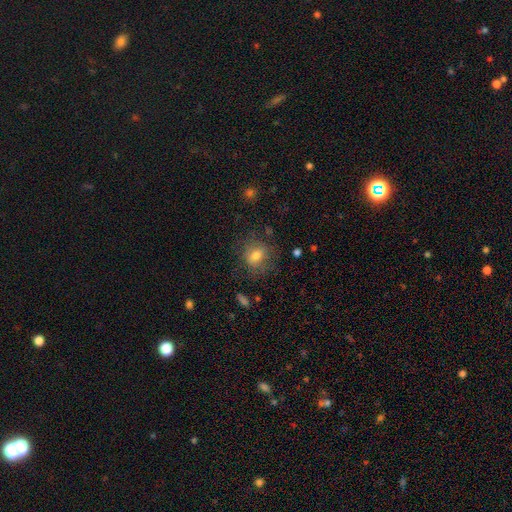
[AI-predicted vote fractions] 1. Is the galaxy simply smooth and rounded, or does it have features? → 71% smooth, 18% featured or disk, 11% star or artifact.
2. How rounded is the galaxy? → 55% round, 43% in between, 2% cigar-shaped.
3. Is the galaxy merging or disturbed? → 69% none, 19% minor disturbance, 10% major disturbance, 2% merger.